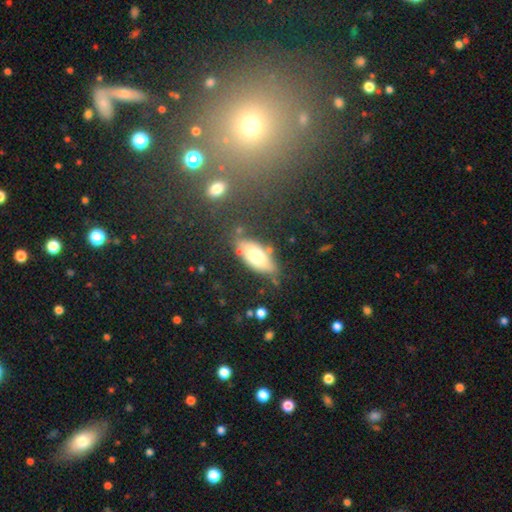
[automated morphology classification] type=smooth (65%); roundness=in between (82%); merging=none (73%).